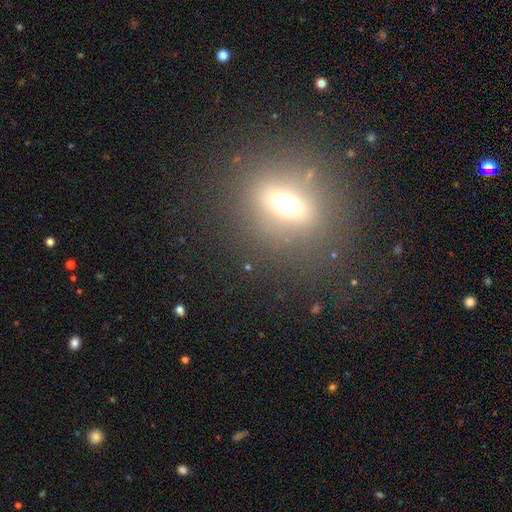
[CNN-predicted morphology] Overall: featured or disk (39%; smooth 38%). Merging: none (86%).